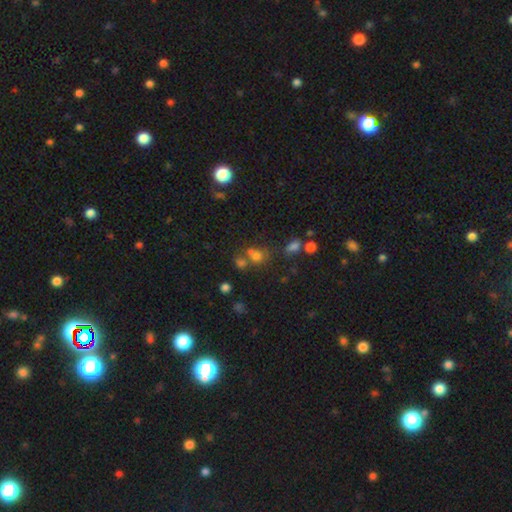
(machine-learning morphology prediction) smooth 63%, star or artifact 24%, featured or disk 13%. Down the decision tree: how rounded — round (65%); merging — none (44%).